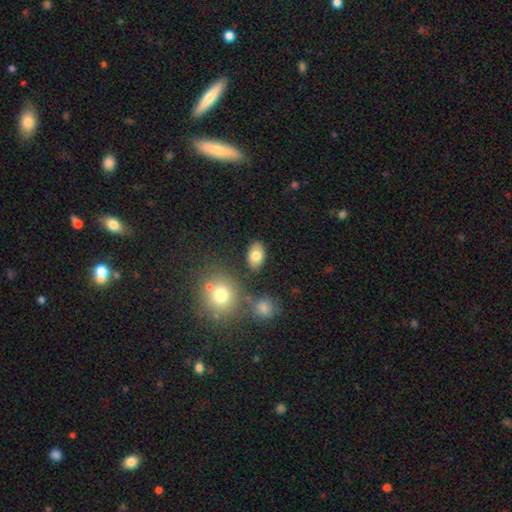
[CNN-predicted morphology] Smooth or featured?
  - smooth: 79% *
  - featured or disk: 12%
  - star or artifact: 9%
How rounded?
  - in between: 86% *
  - round: 13%
  - cigar-shaped: 2%
Merging?
  - none: 82% *
  - minor disturbance: 10%
  - merger: 5%
  - major disturbance: 3%